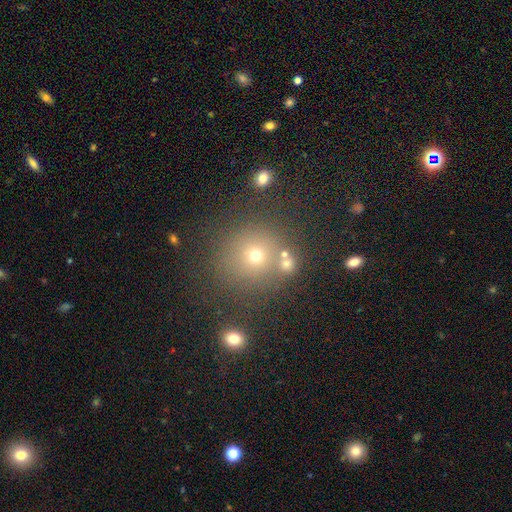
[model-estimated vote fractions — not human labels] A smooth galaxy with no disk features (65%) that is round (92%). Merging: none (75%).